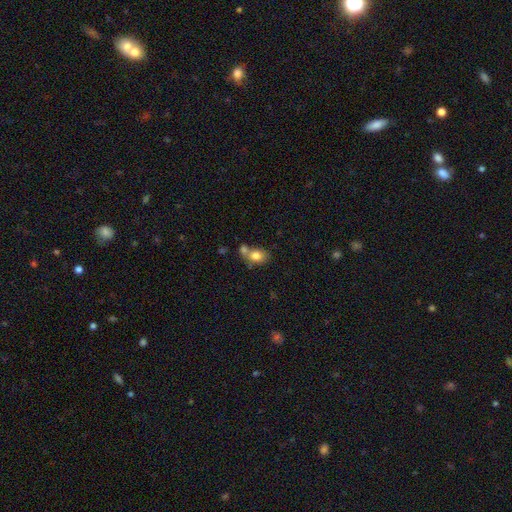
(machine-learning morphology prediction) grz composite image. It shows a smooth galaxy with no disk features (79%) that is in between round and cigar-shaped (62%). Merging: merger (41%, tied with none).